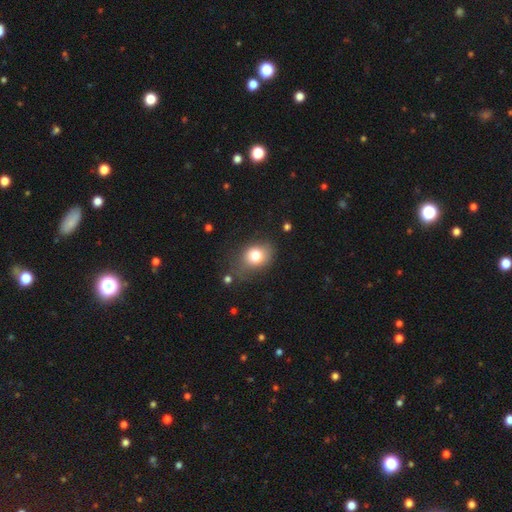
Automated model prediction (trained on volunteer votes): smooth-or-featured: smooth: 77% | featured or disk: 12% | star or artifact: 11%
  how-rounded: in between: 52% | round: 47% | cigar-shaped: 1%
  merging: none: 62% | minor disturbance: 25% | major disturbance: 10% | merger: 3%